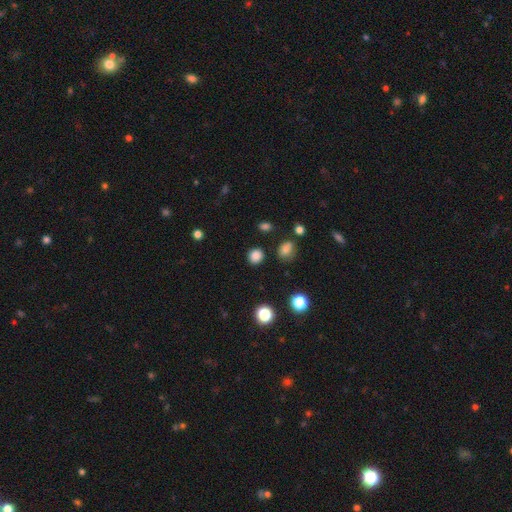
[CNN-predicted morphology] Q: Smooth or featured?
A: smooth (83%); runner-up: star or artifact (14%)
Q: How rounded?
A: round (85%); runner-up: in between (14%)
Q: Merging?
A: none (88%); runner-up: minor disturbance (7%)